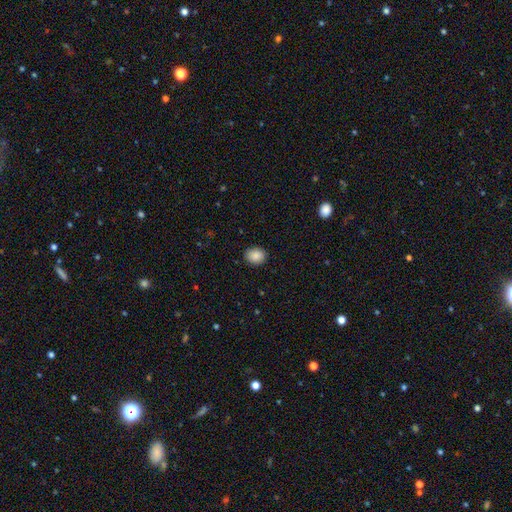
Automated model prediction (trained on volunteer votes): This is clearly a smooth galaxy (88%). How rounded: possibly round (56%). Merging: clearly none (89%).